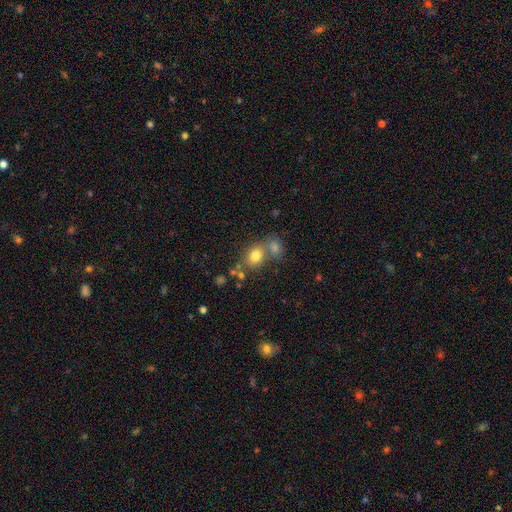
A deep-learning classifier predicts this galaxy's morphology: Smooth or featured: smooth — 77% (star or artifact — 12%)
How rounded: round — 52% (in between — 47%)
Merging: none — 47% (merger — 39%)